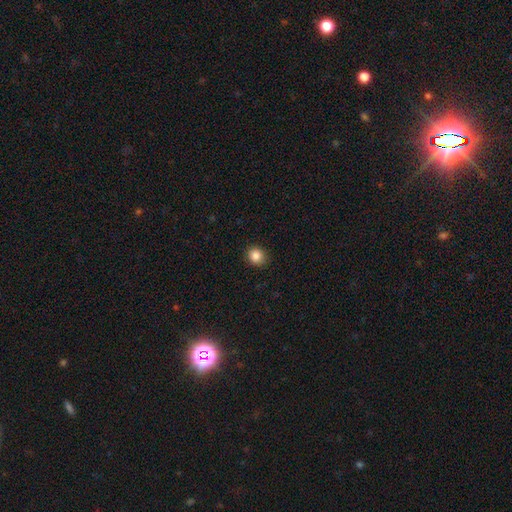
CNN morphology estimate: Smooth or featured?
  - smooth: 86% *
  - star or artifact: 10%
  - featured or disk: 4%
How rounded?
  - round: 82% *
  - in between: 17%
  - cigar-shaped: 1%
Merging?
  - none: 89% *
  - minor disturbance: 8%
  - major disturbance: 2%
  - merger: 1%